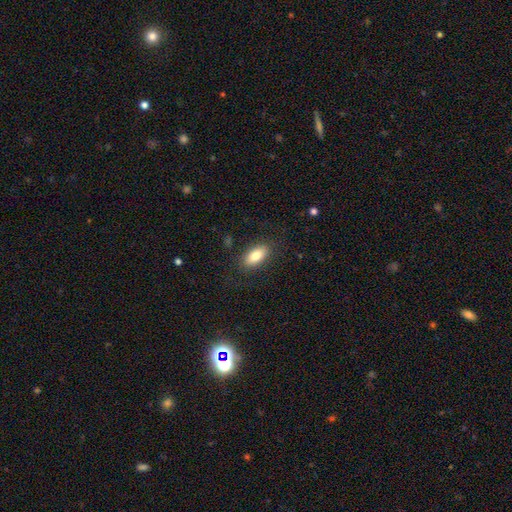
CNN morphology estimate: This appears to be a smooth galaxy with no disk features (81%) that is in between round and cigar-shaped (89%). Merging: none (86%).